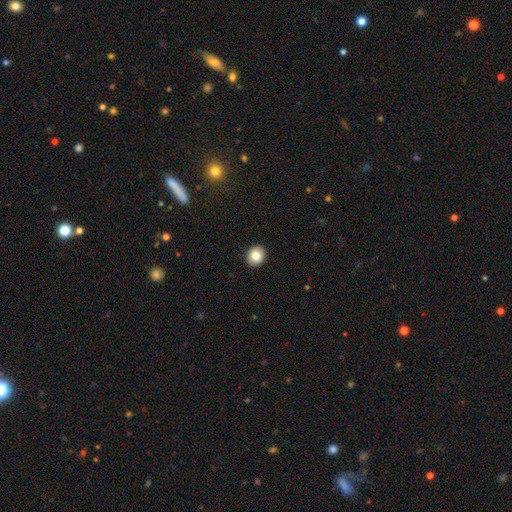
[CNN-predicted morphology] Smooth or featured? Predicted: smooth (p=0.83). How rounded? Predicted: round (p=0.78). Merging? Predicted: none (p=0.92).